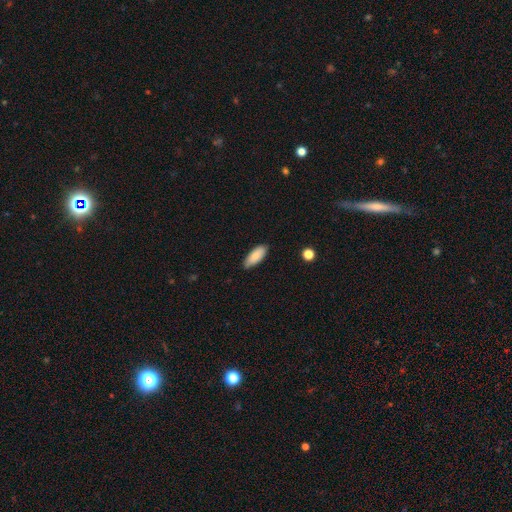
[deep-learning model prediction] The model was most divided on "how rounded": in between: 79%, cigar-shaped: 19%, round: 2%. More confident: smooth or featured — smooth (86%); merging — none (84%).